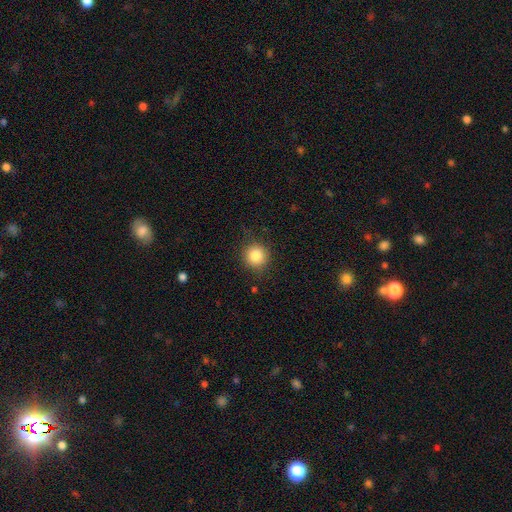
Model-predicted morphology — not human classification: Smooth or featured? smooth (85%)
How rounded? round (92%)
Merging? none (87%)